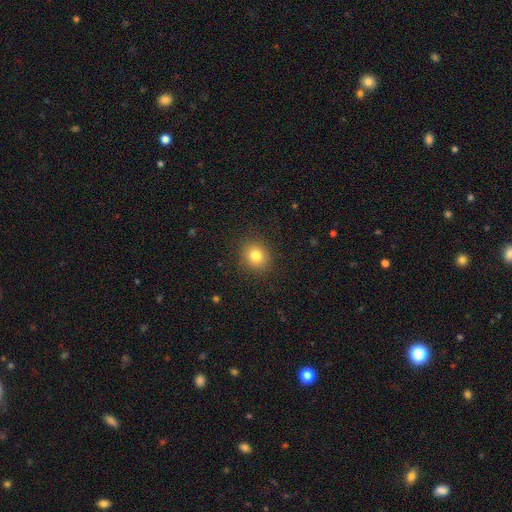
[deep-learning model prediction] Smooth or featured? smooth (80%)
How rounded? round (80%)
Merging? none (90%)